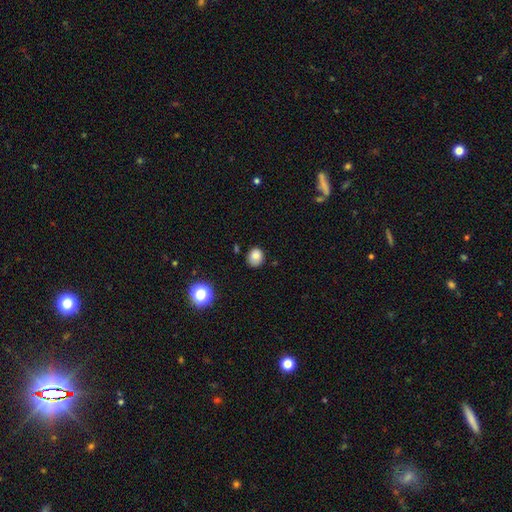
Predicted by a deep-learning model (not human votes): smooth-or-featured: smooth: 82% | star or artifact: 12% | featured or disk: 6%
  how-rounded: round: 65% | in between: 34% | cigar-shaped: 1%
  merging: none: 69% | minor disturbance: 23% | major disturbance: 5% | merger: 3%